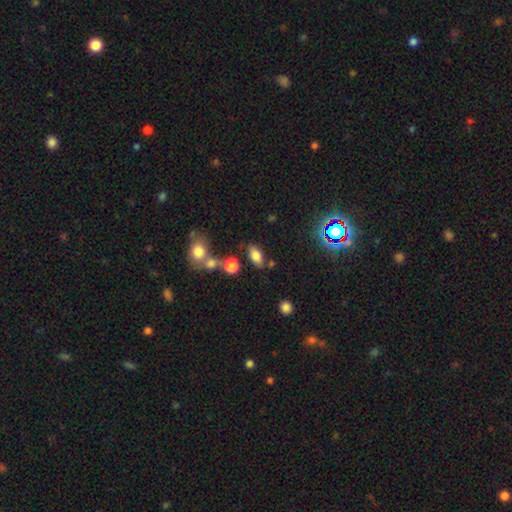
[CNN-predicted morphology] Smooth or featured: smooth — 79% (star or artifact — 12%)
How rounded: in between — 88% (round — 8%)
Merging: none — 72% (minor disturbance — 13%)